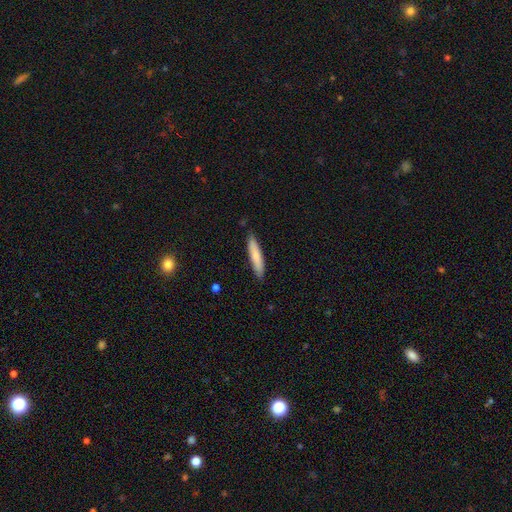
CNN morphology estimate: Smooth or featured? smooth (75%)
How rounded? cigar-shaped (85%)
Merging? none (85%)